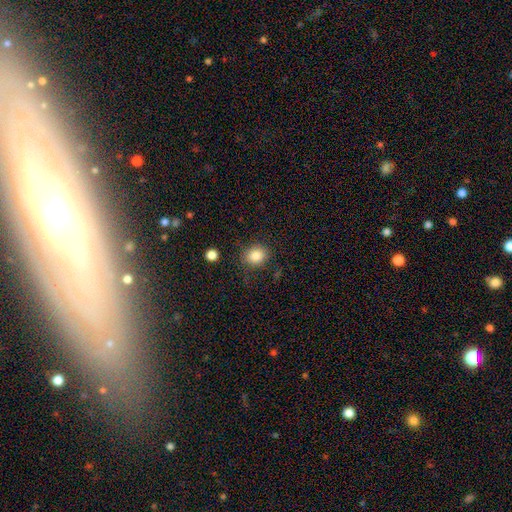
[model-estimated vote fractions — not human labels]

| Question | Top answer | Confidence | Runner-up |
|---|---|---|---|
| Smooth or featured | smooth | 84% | star or artifact (10%) |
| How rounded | round | 73% | in between (26%) |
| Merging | none | 83% | minor disturbance (11%) |